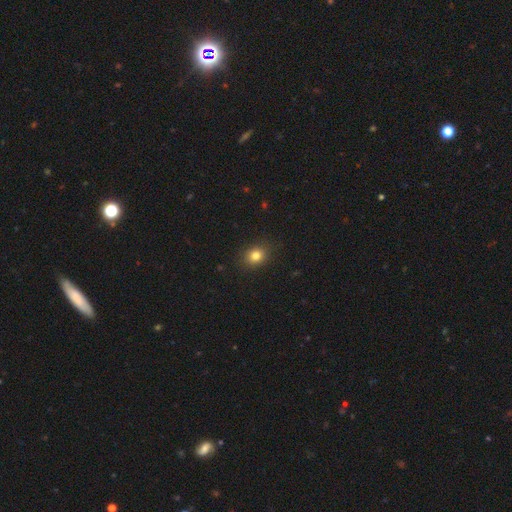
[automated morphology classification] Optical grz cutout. It shows a smooth galaxy with no disk features (81%) that is round (57%). Merging: none (87%).